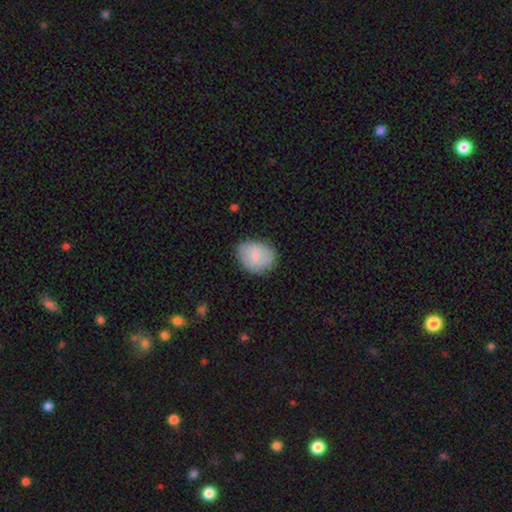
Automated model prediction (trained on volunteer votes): A smooth galaxy with no disk features (75%) that is in between round and cigar-shaped (52%). Merging: none (78%).